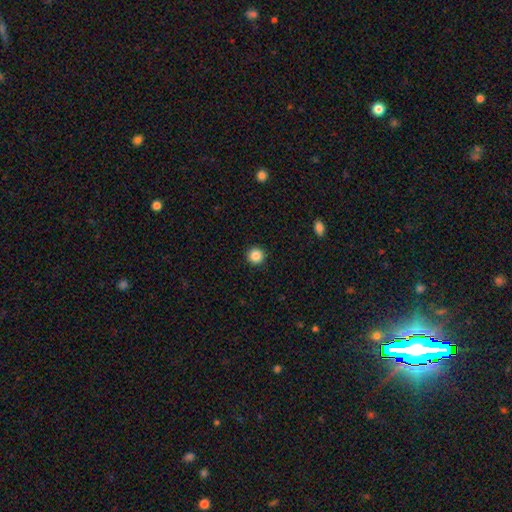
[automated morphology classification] This appears to be a smooth galaxy with no disk features (87%) that is round (96%). Merging: none (93%).